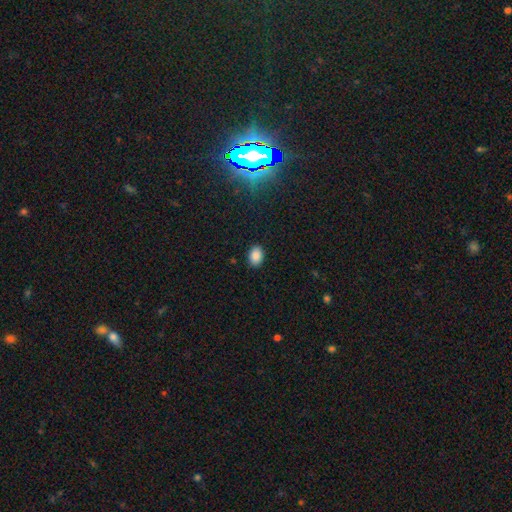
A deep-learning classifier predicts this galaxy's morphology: This appears to be a smooth galaxy with no disk features (87%) that is in between round and cigar-shaped (77%). Merging: none (89%).